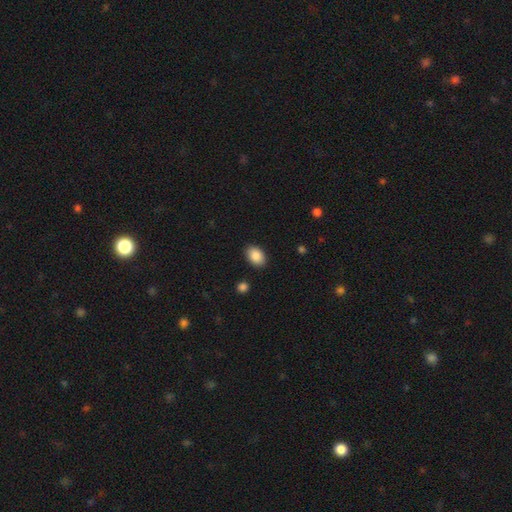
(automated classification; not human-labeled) This is clearly a smooth galaxy (89%). How rounded: clearly in between (82%). Merging: clearly none (88%).